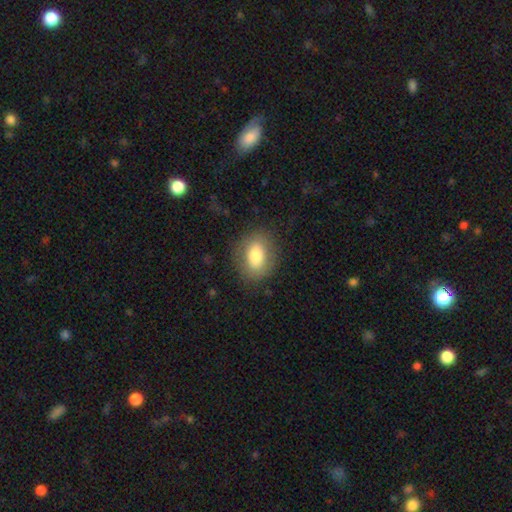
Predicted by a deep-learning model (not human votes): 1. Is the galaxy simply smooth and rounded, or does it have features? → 74% smooth, 18% featured or disk, 8% star or artifact.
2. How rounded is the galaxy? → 71% in between, 28% round, 1% cigar-shaped.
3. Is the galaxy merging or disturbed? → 81% none, 13% minor disturbance, 5% major disturbance, 1% merger.